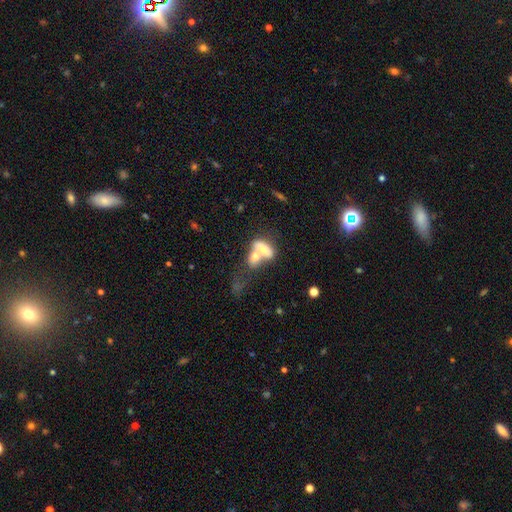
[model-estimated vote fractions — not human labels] smooth 63%, featured or disk 29%, star or artifact 8%. Down the decision tree: how rounded — in between (76%); merging — merger (70%).